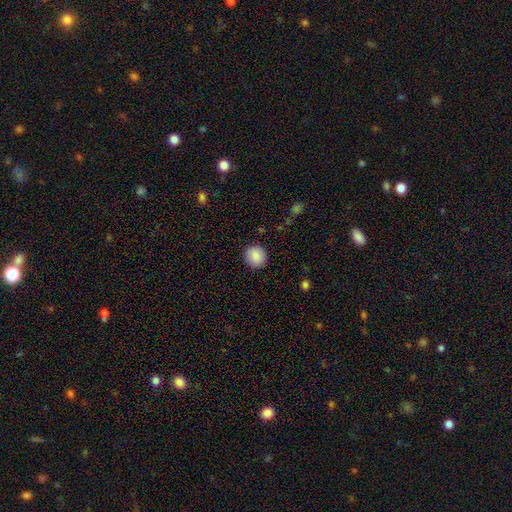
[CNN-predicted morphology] This is clearly a smooth galaxy (89%). How rounded: clearly round (88%). Merging: clearly none (91%).